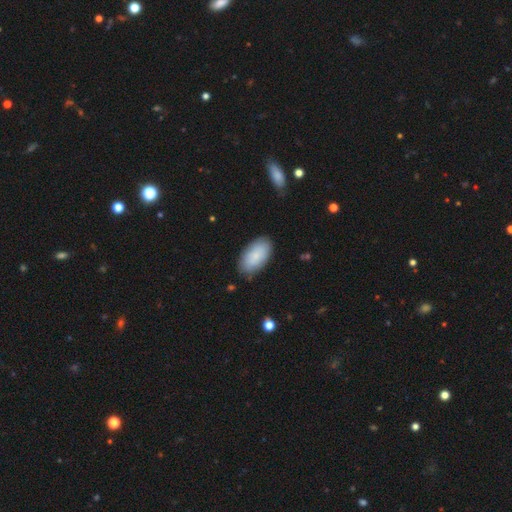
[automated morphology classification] A smooth galaxy with no disk features (83%) that is in between round and cigar-shaped (95%). Merging: none (83%).